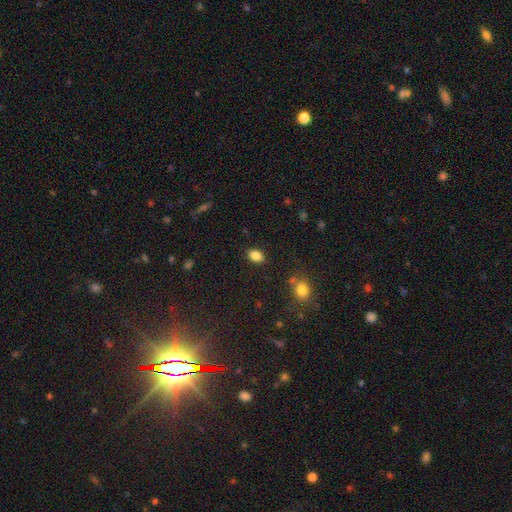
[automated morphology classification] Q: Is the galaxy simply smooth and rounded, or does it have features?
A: smooth — 86%.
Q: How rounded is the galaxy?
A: in between — 82%.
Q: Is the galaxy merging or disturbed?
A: none — 86%.